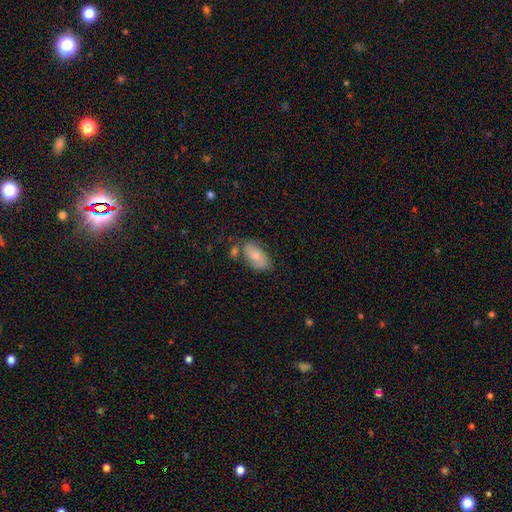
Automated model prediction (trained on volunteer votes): A smooth galaxy with no disk features (67%) that is in between round and cigar-shaped (92%).

Vote fractions:
- Smooth or featured? smooth: 67% / featured or disk: 26% / star or artifact: 7%
- How rounded? in between: 92% / round: 5% / cigar-shaped: 3%
- Merging? none: 64% / minor disturbance: 19% / merger: 11% / major disturbance: 5%